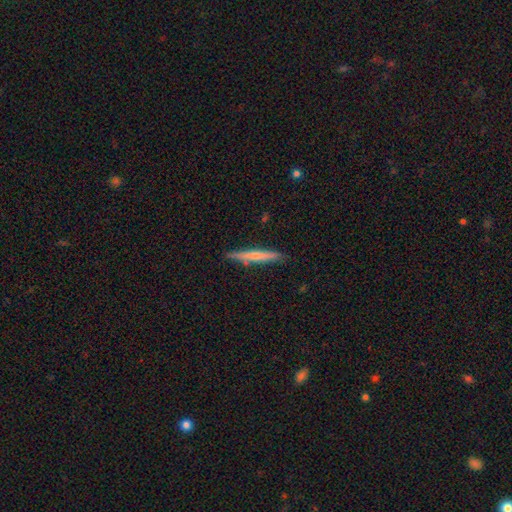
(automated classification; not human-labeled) Q: Smooth or featured?
A: smooth (56%); runner-up: featured or disk (38%)
Q: How rounded?
A: cigar-shaped (96%); runner-up: in between (3%)
Q: Merging?
A: none (87%); runner-up: minor disturbance (9%)